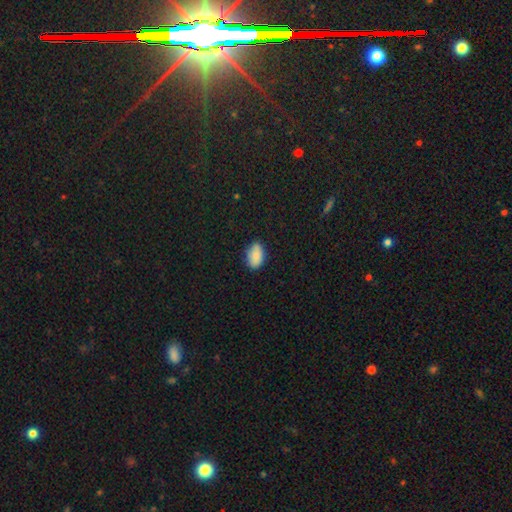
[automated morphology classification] This is clearly a smooth galaxy (88%). How rounded: clearly in between (91%). Merging: clearly none (81%).